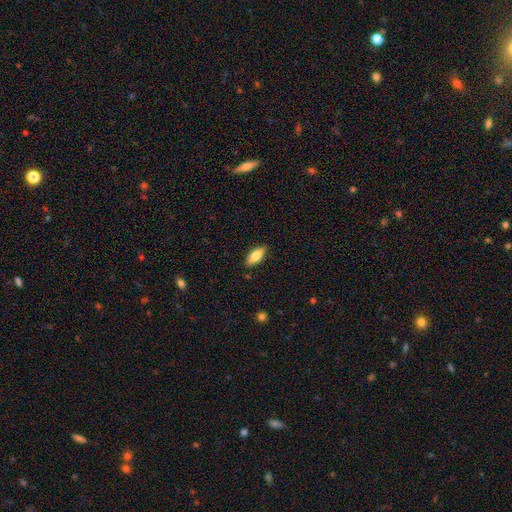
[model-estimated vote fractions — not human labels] Smooth or featured: smooth — 78% (featured or disk — 16%)
How rounded: in between — 76% (cigar-shaped — 22%)
Merging: none — 86% (minor disturbance — 11%)